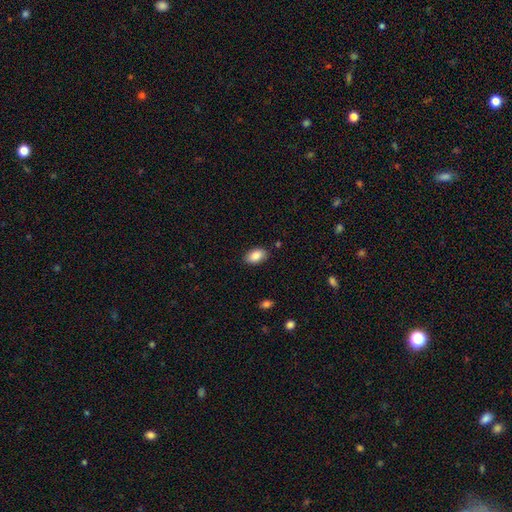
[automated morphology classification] smooth_or_featured: smooth (p=0.87) [alt: star or artifact p=0.07]
how_rounded: in between (p=0.92) [alt: round p=0.06]
merging: none (p=0.86) [alt: minor disturbance p=0.10]